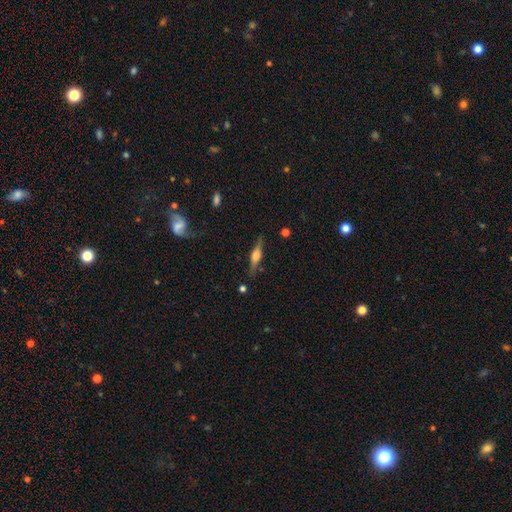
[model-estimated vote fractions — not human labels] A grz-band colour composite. It shows a featured or disk galaxy (69%) viewed edge-on (96%) with a rounded central bulge (80%). Merging: none (83%).